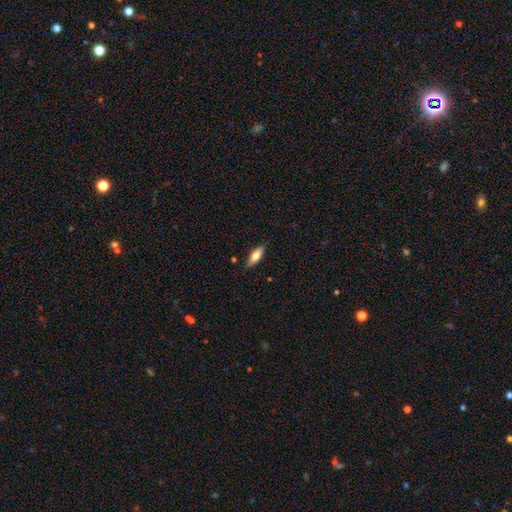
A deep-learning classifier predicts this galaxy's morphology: smooth-or-featured: smooth: 67% | featured or disk: 27% | star or artifact: 6%
  how-rounded: in between: 57% | cigar-shaped: 41% | round: 2%
  merging: none: 86% | minor disturbance: 11% | major disturbance: 2% | merger: 1%